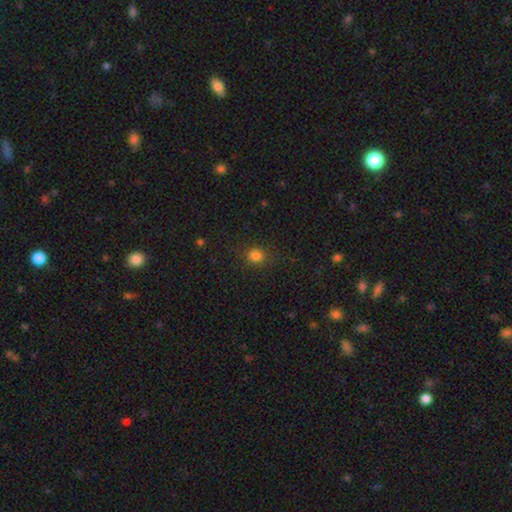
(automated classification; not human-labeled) Smooth or featured: smooth — 81% (star or artifact — 14%)
How rounded: round — 82% (in between — 17%)
Merging: none — 86% (minor disturbance — 9%)